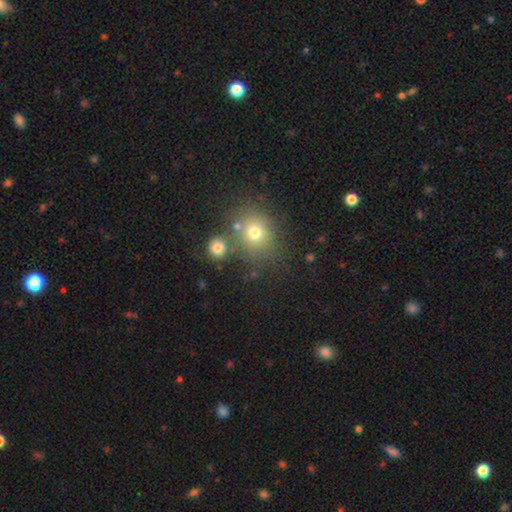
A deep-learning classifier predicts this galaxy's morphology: Smooth or featured? smooth (63%)
How rounded? round (76%)
Merging? none (72%)